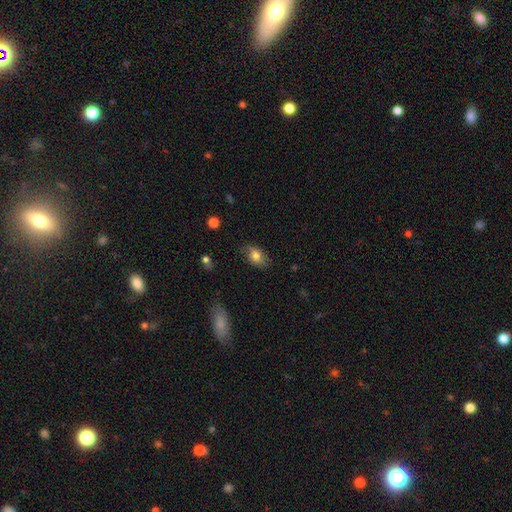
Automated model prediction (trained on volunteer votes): Q: Smooth or featured?
A: smooth (75%); runner-up: featured or disk (17%)
Q: How rounded?
A: in between (87%); runner-up: round (11%)
Q: Merging?
A: none (74%); runner-up: minor disturbance (20%)